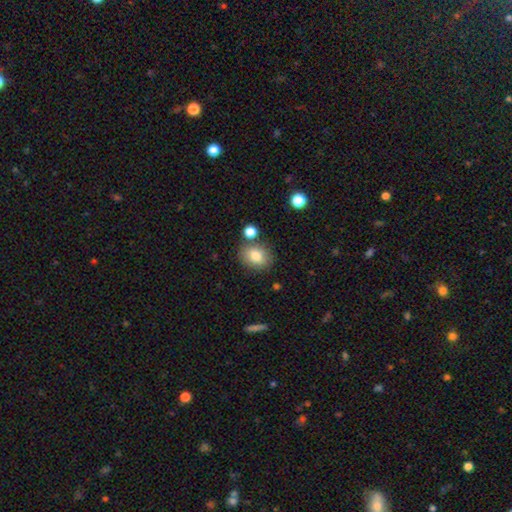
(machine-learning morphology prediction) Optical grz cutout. It shows a smooth galaxy with no disk features (79%) that is in between round and cigar-shaped (51%). Merging: none (76%).